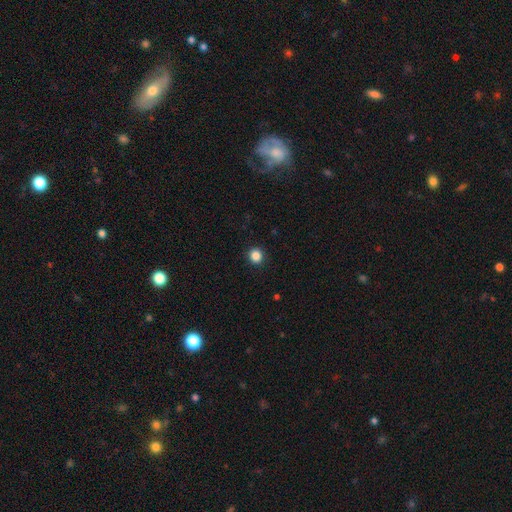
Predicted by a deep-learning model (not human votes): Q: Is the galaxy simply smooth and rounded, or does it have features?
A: smooth — 86%.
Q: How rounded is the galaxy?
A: round — 92%.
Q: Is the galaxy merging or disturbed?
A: none — 93%.